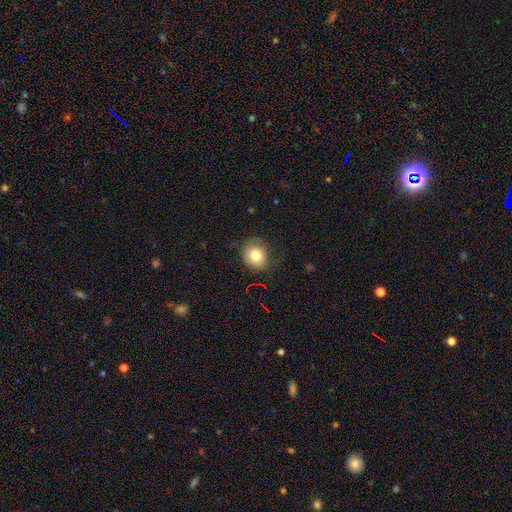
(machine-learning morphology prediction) Q: Smooth or featured?
A: smooth (78%); runner-up: featured or disk (11%)
Q: How rounded?
A: round (71%); runner-up: in between (28%)
Q: Merging?
A: none (76%); runner-up: minor disturbance (18%)